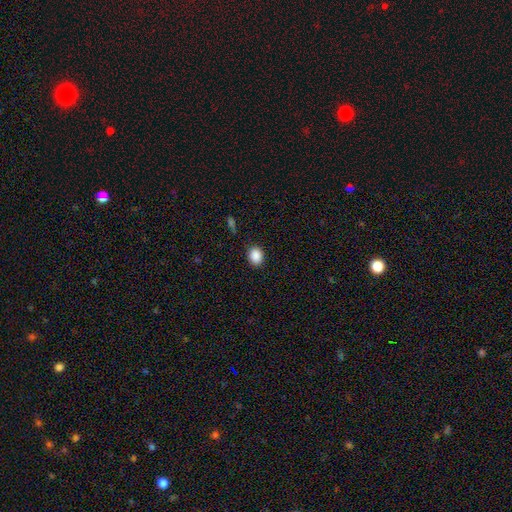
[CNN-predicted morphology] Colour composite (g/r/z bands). It shows a smooth galaxy with no disk features (89%) that is in between round and cigar-shaped (53%). Merging: none (88%).